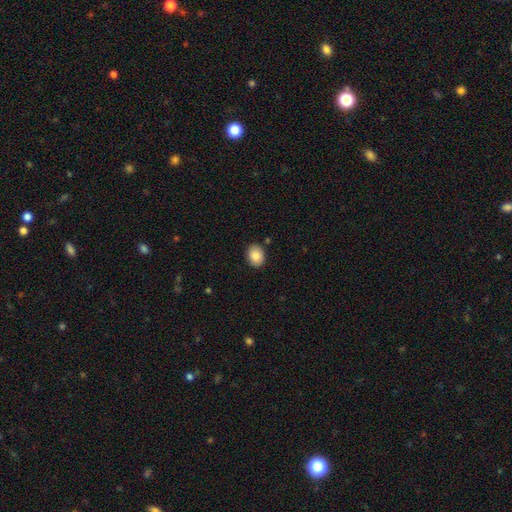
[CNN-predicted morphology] smooth-or-featured: smooth: 87% | star or artifact: 8% | featured or disk: 5%
  how-rounded: in between: 56% | round: 43% | cigar-shaped: 1%
  merging: none: 87% | minor disturbance: 9% | major disturbance: 2% | merger: 2%